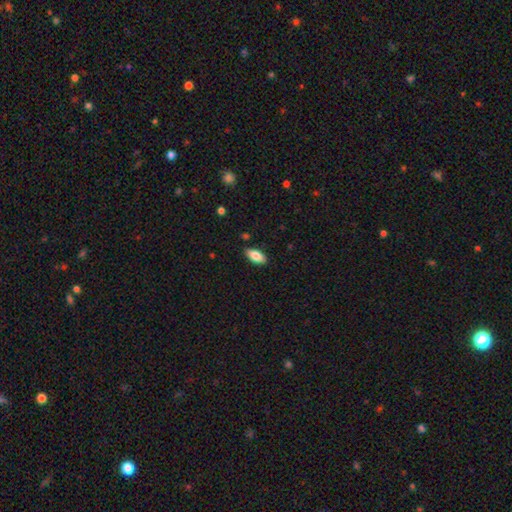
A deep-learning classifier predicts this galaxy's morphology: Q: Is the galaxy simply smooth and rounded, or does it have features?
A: smooth — 81%.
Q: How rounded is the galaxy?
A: in between — 89%.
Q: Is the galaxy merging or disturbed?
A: none — 86%.